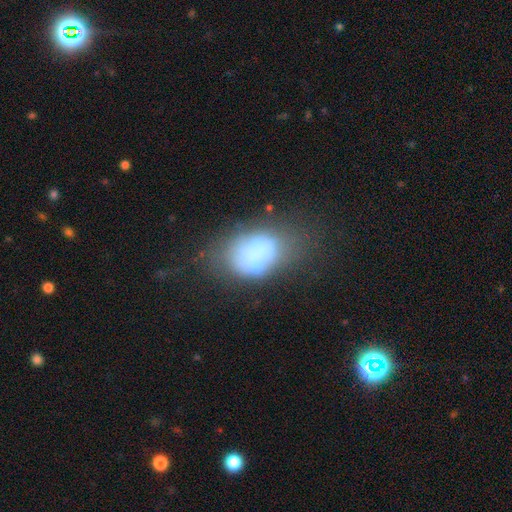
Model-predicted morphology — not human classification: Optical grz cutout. It shows a featured or disk galaxy (47%). Merging: none (30%).